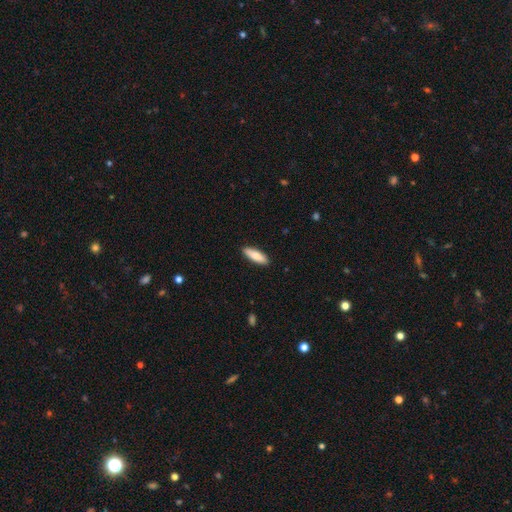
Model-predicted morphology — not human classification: Smooth or featured? Predicted: smooth (p=0.81). How rounded? Predicted: in between (p=0.52). Merging? Predicted: none (p=0.90).